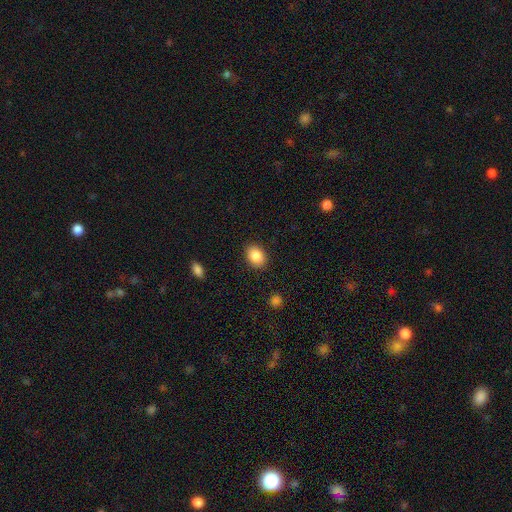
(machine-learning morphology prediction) The model was most divided on "how rounded": in between: 69%, round: 30%, cigar-shaped: 1%. More confident: merging — none (88%); smooth or featured — smooth (86%).